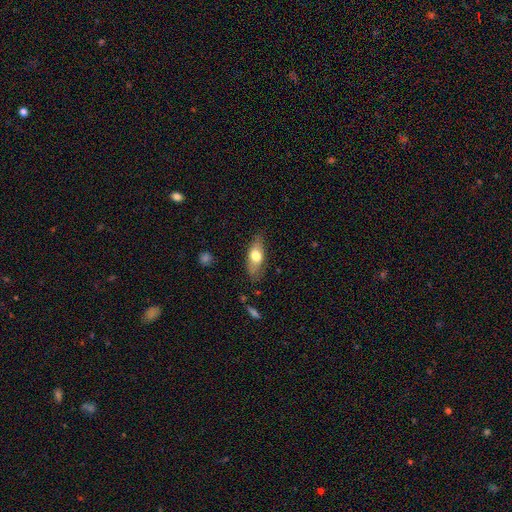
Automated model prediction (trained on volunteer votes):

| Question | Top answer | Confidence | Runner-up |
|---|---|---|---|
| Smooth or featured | smooth | 64% | featured or disk (29%) |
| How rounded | in between | 73% | cigar-shaped (24%) |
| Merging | none | 76% | minor disturbance (18%) |